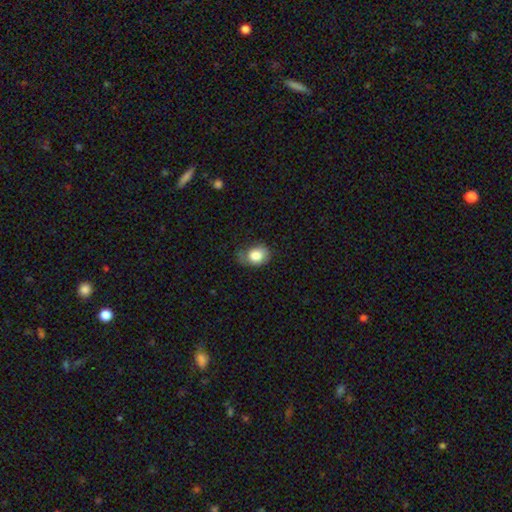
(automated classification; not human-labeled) Morphology: type=smooth (81%); roundness=in between (56%); merging=none (41%).